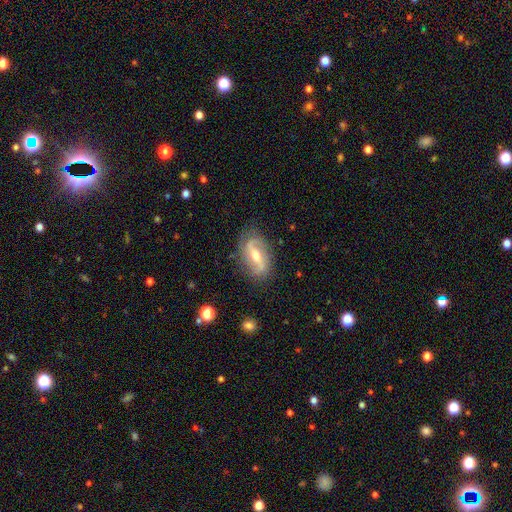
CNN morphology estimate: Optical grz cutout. It shows a featured or disk galaxy (80%) with a strong bar (44%), 2 (88%) loose (52%) spiral arms (89%) and a moderate central bulge (63%). Merging: none (79%).